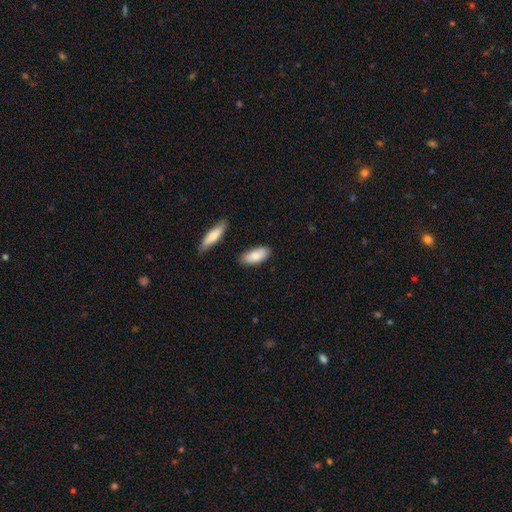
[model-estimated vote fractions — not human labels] Q: Smooth or featured?
A: smooth (84%); runner-up: featured or disk (10%)
Q: How rounded?
A: in between (83%); runner-up: cigar-shaped (15%)
Q: Merging?
A: none (80%); runner-up: minor disturbance (13%)